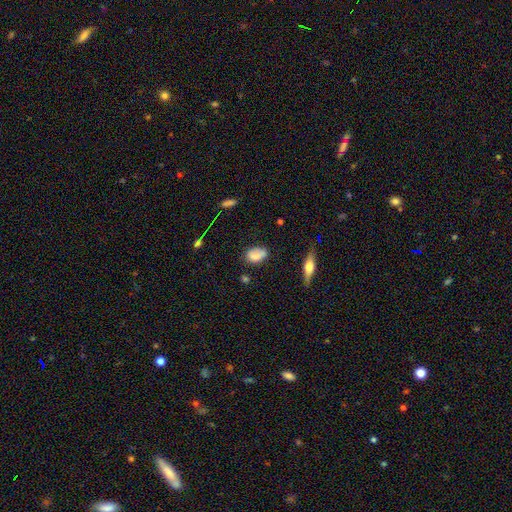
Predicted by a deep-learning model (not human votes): A smooth galaxy with no disk features (75%) that is in between round and cigar-shaped (86%). Merging: none (61%).